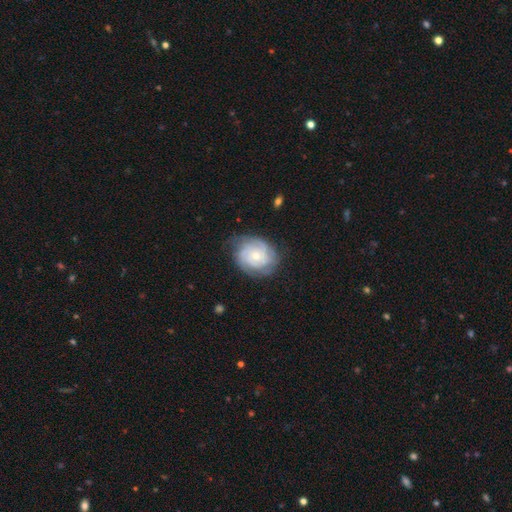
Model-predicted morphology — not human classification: smooth_or_featured: featured or disk (p=0.74) [alt: smooth p=0.20]
disk_edge_on: no (p=0.97) [alt: yes p=0.03]
bar: no (p=0.76) [alt: weak p=0.21]
has_spiral_arms: yes (p=0.91) [alt: no p=0.09]
spiral_winding: tight (p=0.69) [alt: medium p=0.25]
spiral_arm_count: can't tell (p=0.40) [alt: 2 p=0.21]
bulge_size: small (p=0.53) [alt: moderate p=0.42]
merging: none (p=0.70) [alt: minor disturbance p=0.21]